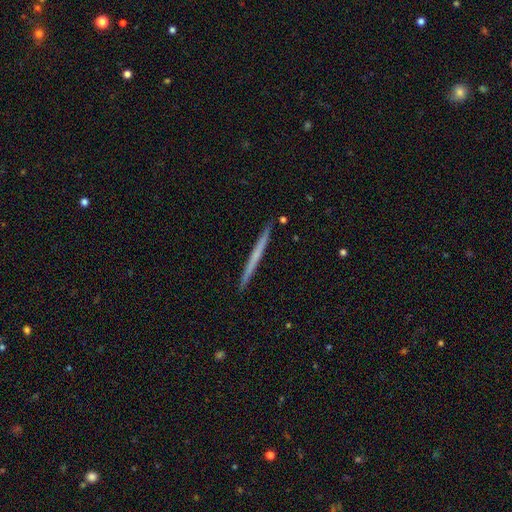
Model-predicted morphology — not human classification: Smooth or featured? featured or disk (49%)
Merging? none (93%)